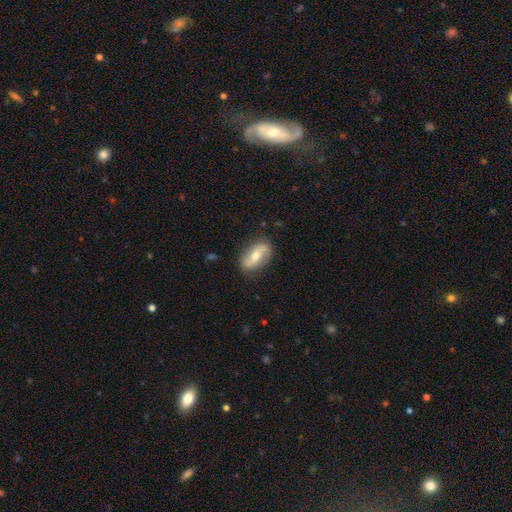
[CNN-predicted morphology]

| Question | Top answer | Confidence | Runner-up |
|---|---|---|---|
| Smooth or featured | featured or disk | 60% | smooth (33%) |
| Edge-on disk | no | 90% | yes (10%) |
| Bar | no | 41% | weak (32%) |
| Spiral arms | yes | 80% | no (20%) |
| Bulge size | moderate | 67% | small (26%) |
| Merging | none | 82% | minor disturbance (13%) |